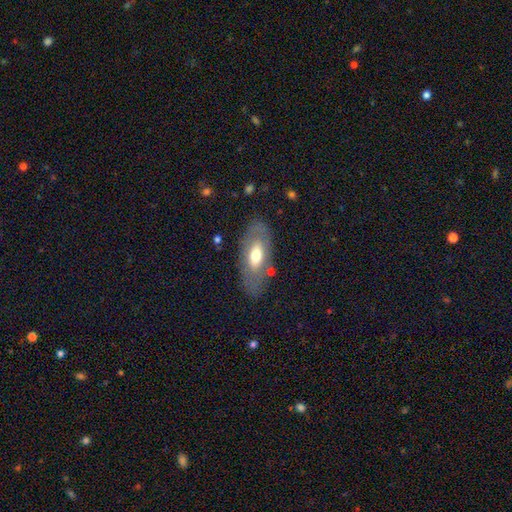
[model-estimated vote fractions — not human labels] This appears to be a smooth galaxy with no disk features (54%) that is in between round and cigar-shaped (86%). Merging: none (76%).